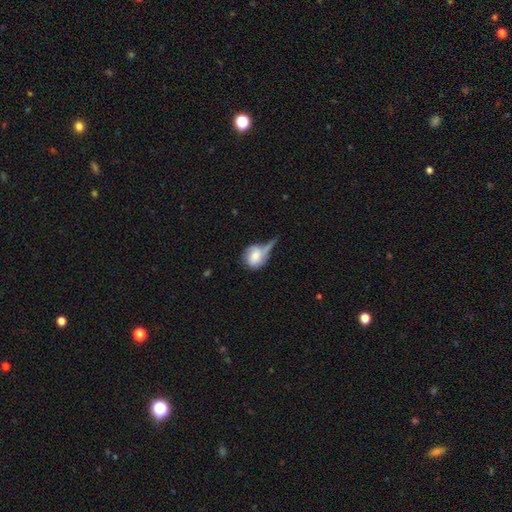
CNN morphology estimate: This appears to be a smooth galaxy with no disk features (63%) that is round (66%). Merging: major disturbance (34%).